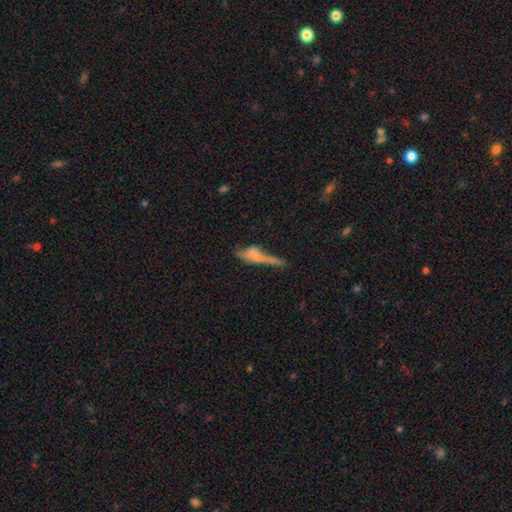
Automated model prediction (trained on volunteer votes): A smooth galaxy with no disk features (51%) that is cigar-shaped (75%).

Vote fractions:
- Smooth or featured? smooth: 51% / featured or disk: 37% / star or artifact: 11%
- How rounded? cigar-shaped: 75% / in between: 21% / round: 5%
- Merging? none: 36% / merger: 27% / minor disturbance: 19% / major disturbance: 18%